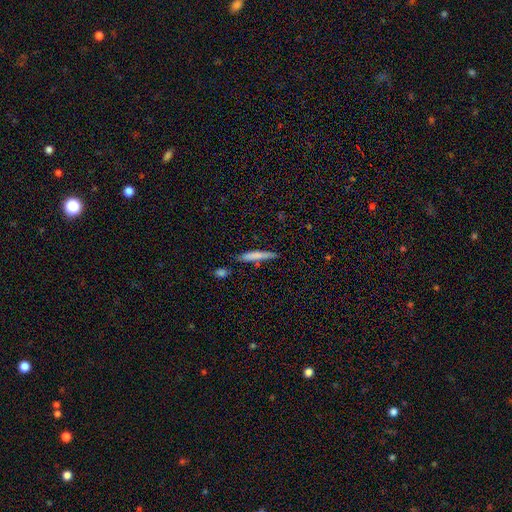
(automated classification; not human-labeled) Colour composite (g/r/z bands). It shows a smooth galaxy with no disk features (75%) that is cigar-shaped (91%). Merging: none (71%).